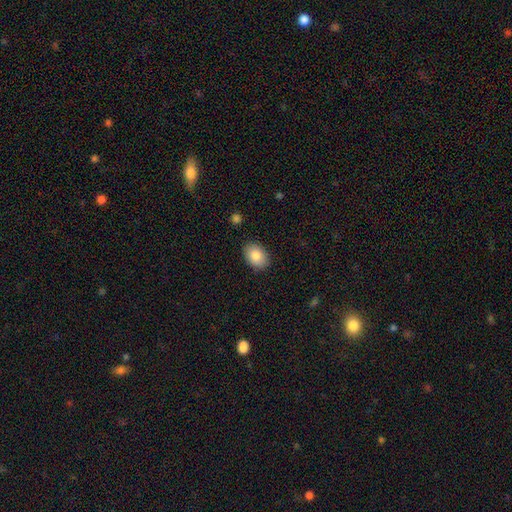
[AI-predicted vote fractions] Smooth or featured: smooth — 86% (featured or disk — 7%)
How rounded: in between — 83% (round — 16%)
Merging: none — 87% (minor disturbance — 9%)